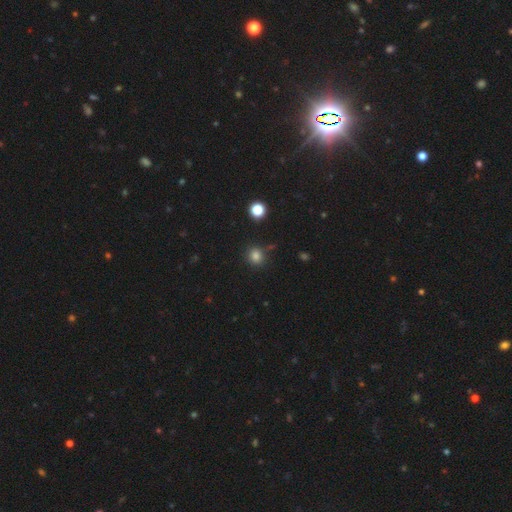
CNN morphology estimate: This appears to be a smooth galaxy with no disk features (82%) that is round (84%). Merging: none (82%).